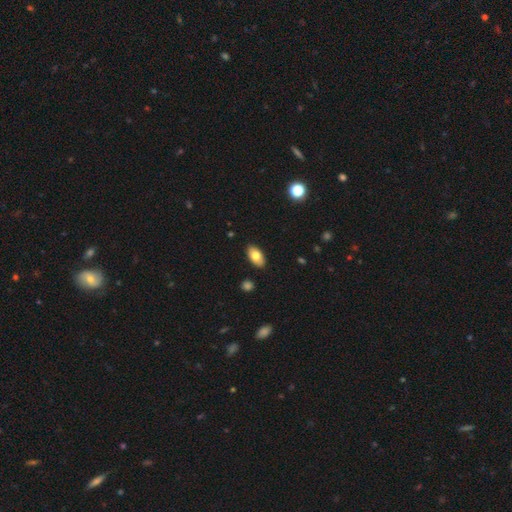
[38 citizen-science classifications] Smooth or featured?
  - smooth: 79% *
  - featured or disk: 13%
  - star or artifact: 8%
How rounded?
  - in between: 93% *
  - cigar-shaped: 7%
  - round: 0%
Merging?
  - none: 74% *
  - minor disturbance: 23%
  - major disturbance: 3%
  - merger: 0%